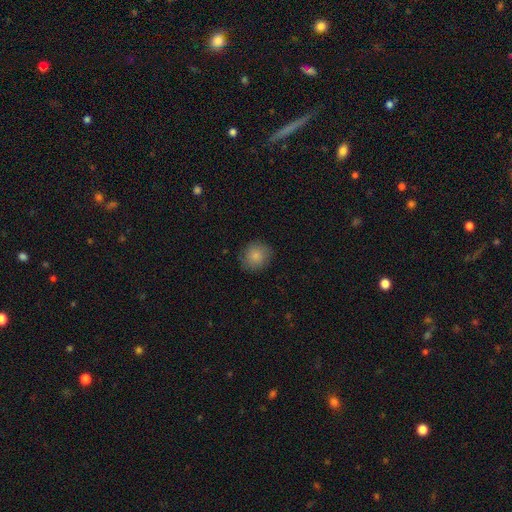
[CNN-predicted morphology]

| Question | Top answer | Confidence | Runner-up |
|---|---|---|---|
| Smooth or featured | smooth | 86% | star or artifact (8%) |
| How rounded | round | 88% | in between (11%) |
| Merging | none | 84% | minor disturbance (12%) |